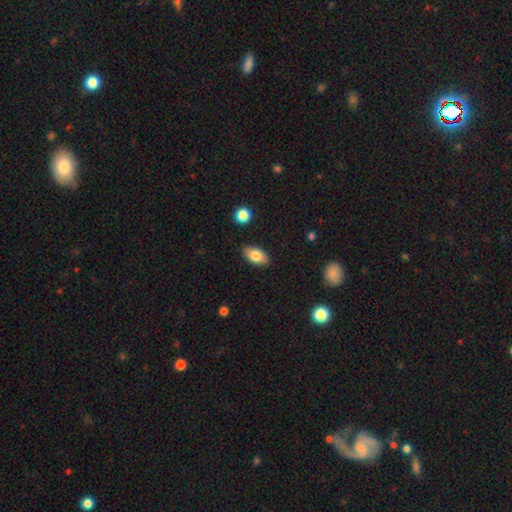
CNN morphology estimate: type=smooth (82%); roundness=in between (93%); merging=none (87%).